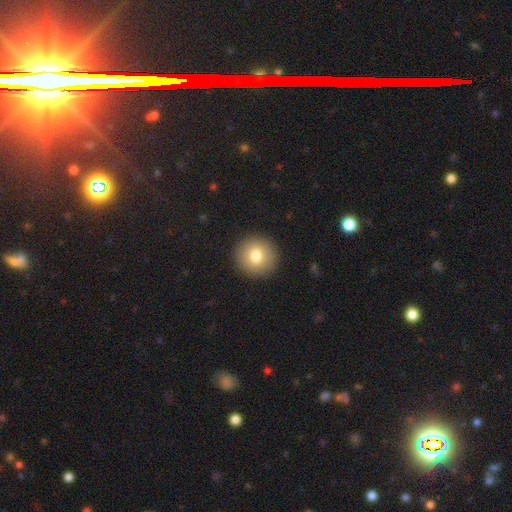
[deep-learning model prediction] Smooth or featured? smooth (79%)
How rounded? round (94%)
Merging? none (92%)